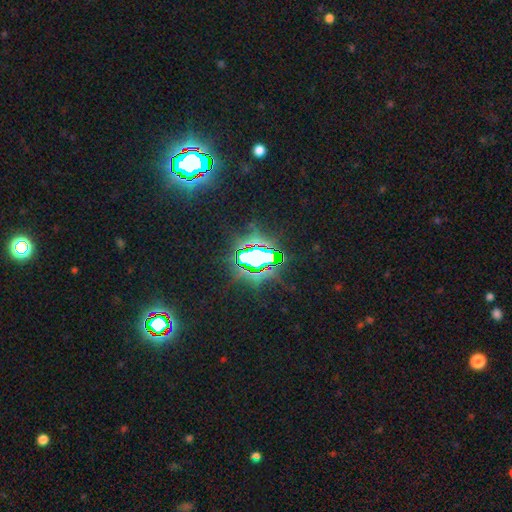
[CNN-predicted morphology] smooth-or-featured: star or artifact: 75% | smooth: 14% | featured or disk: 11%